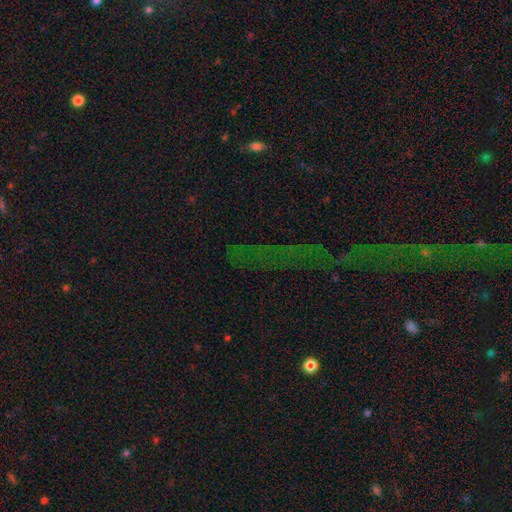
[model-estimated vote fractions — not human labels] Smooth or featured?
  - star or artifact: 76% *
  - smooth: 12%
  - featured or disk: 12%